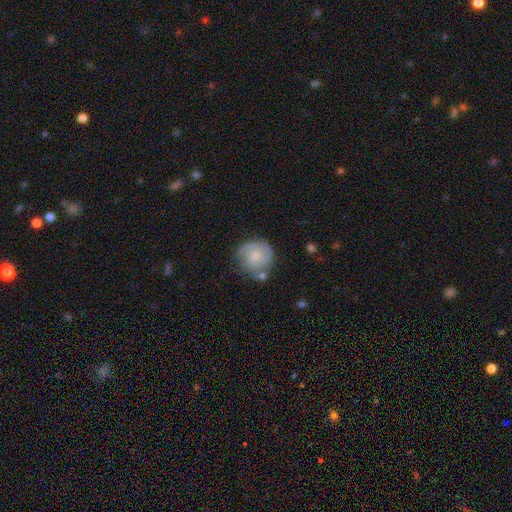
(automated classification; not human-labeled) Morphology: type=featured or disk (56%); edge-on=no (98%); bar=no (75%); spiral arms=yes (87%); bulge=small (63%); merging=none (61%).